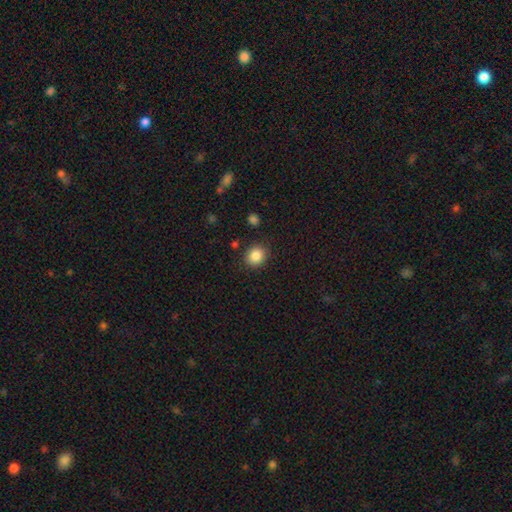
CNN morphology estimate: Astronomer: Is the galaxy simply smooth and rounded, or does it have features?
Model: smooth — 87%.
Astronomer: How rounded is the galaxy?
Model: round — 68%.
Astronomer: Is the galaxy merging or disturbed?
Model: none — 86%.